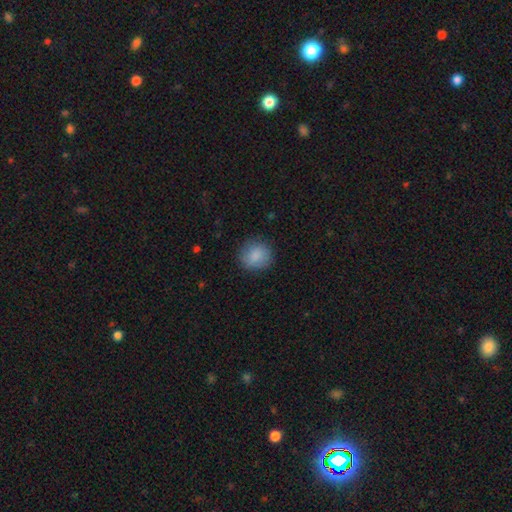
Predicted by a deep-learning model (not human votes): Smooth or featured?
  - smooth: 87% *
  - star or artifact: 7%
  - featured or disk: 5%
How rounded?
  - round: 86% *
  - in between: 13%
  - cigar-shaped: 1%
Merging?
  - none: 85% *
  - minor disturbance: 11%
  - major disturbance: 3%
  - merger: 1%